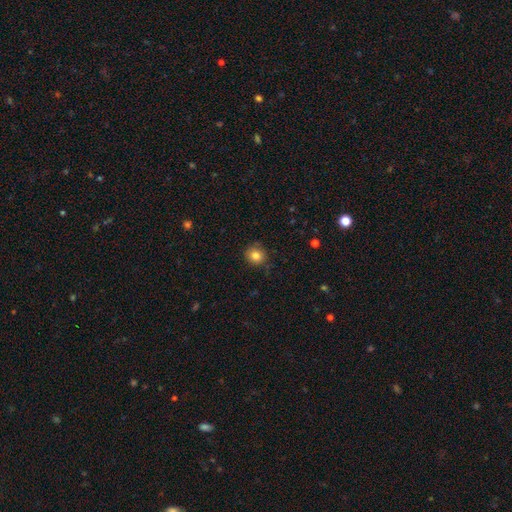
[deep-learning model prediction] Overall: smooth (82%). How rounded: round (84%). Merging: none (83%).